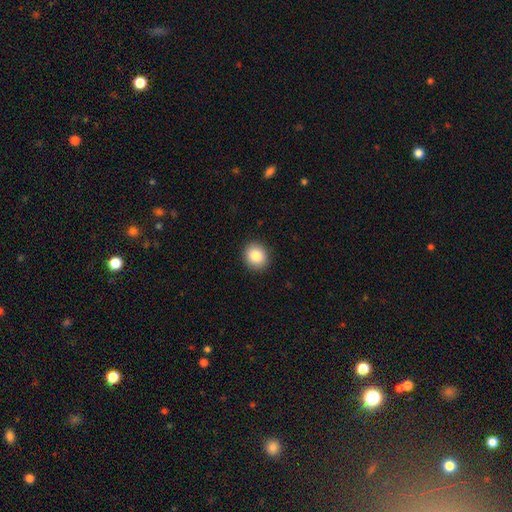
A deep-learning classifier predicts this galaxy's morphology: Q: Smooth or featured?
A: smooth (84%); runner-up: star or artifact (9%)
Q: How rounded?
A: round (76%); runner-up: in between (24%)
Q: Merging?
A: none (91%); runner-up: minor disturbance (6%)